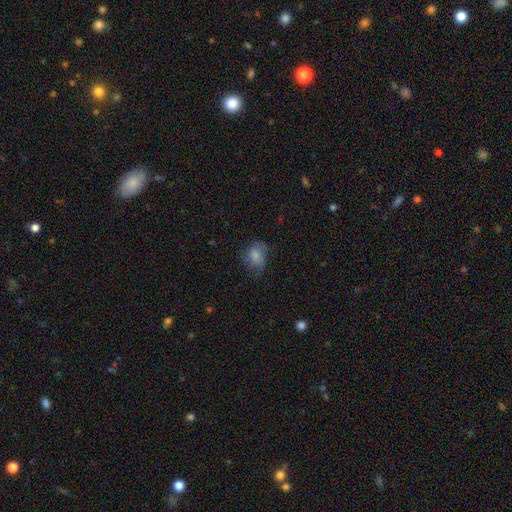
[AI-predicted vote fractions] Q: Smooth or featured?
A: smooth (74%); runner-up: featured or disk (16%)
Q: How rounded?
A: in between (54%); runner-up: round (44%)
Q: Merging?
A: none (54%); runner-up: minor disturbance (28%)